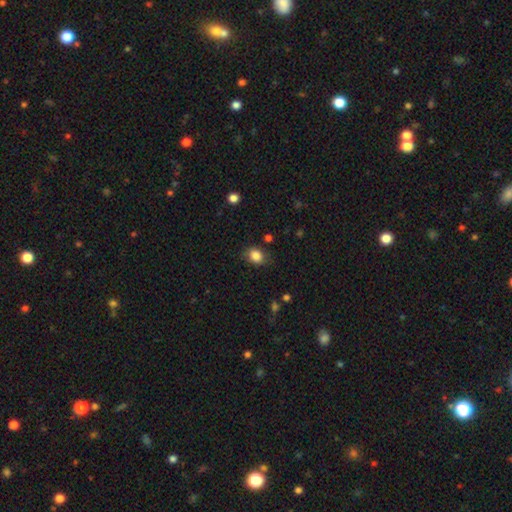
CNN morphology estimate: Smooth or featured? smooth (85%)
How rounded? in between (62%)
Merging? none (77%)